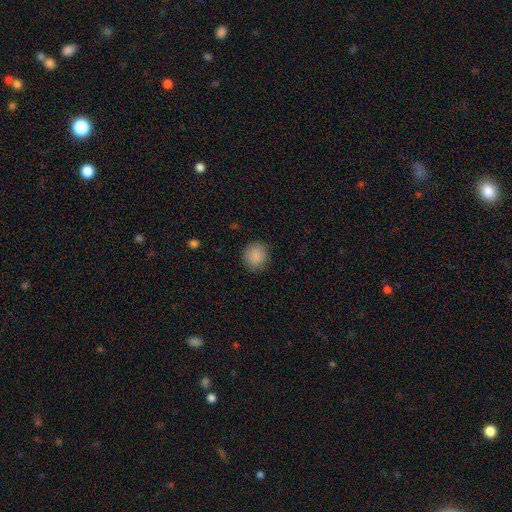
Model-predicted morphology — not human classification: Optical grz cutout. It shows a smooth galaxy with no disk features (88%) that is round (88%). Merging: none (87%).